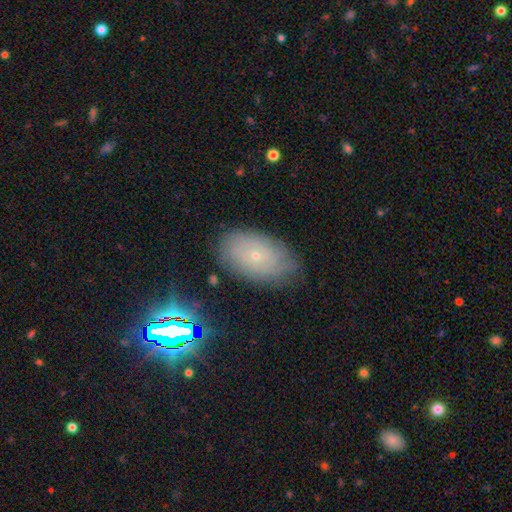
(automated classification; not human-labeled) Smooth or featured: smooth — 44% (featured or disk — 39%)
Merging: none — 76% (minor disturbance — 18%)